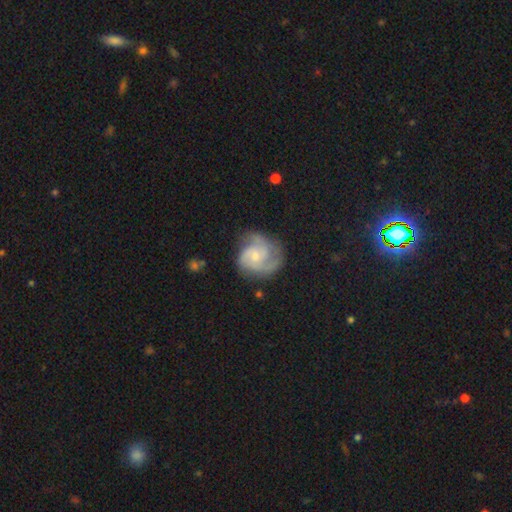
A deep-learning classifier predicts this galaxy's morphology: A featured or disk galaxy (79%) with no bar (67%), 3 (45%) medium (49%) spiral arms (95%) and a small central bulge (56%). Merging: none (63%).